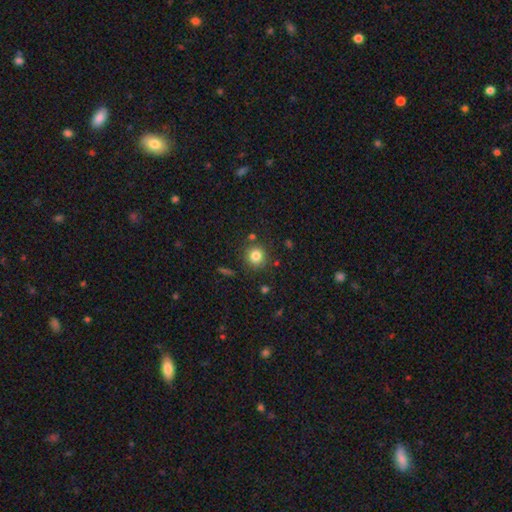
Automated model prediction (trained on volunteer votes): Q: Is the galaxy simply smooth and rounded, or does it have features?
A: smooth — 81%.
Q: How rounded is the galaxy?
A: round — 91%.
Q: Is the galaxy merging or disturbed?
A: none — 84%.